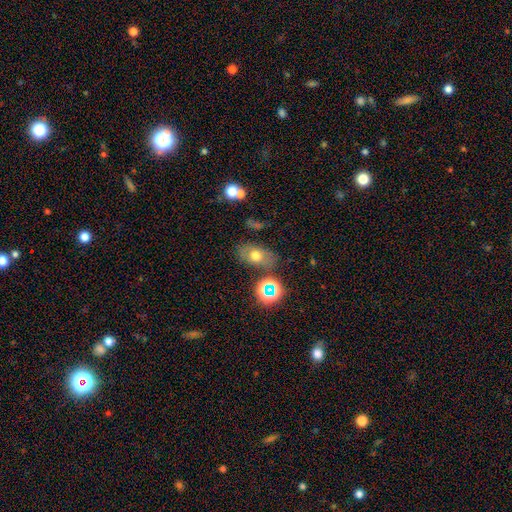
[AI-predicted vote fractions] This appears to be a smooth galaxy with no disk features (60%) that is in between round and cigar-shaped (80%). Merging: none (72%).